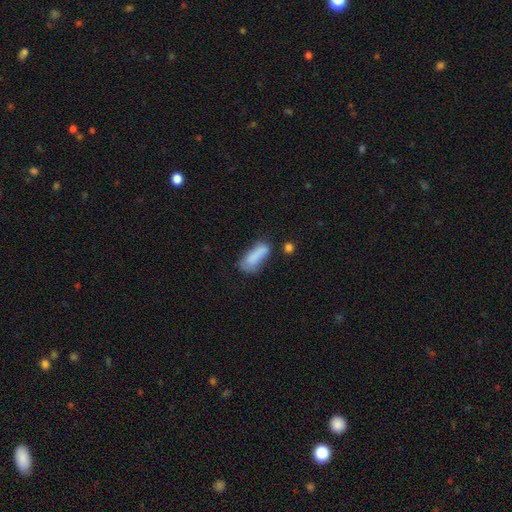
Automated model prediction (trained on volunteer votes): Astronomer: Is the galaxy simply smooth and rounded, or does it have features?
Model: smooth — 80%.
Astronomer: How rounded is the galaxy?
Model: in between — 62%.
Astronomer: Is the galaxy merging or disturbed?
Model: none — 43% (runner-up: minor disturbance, 30%).